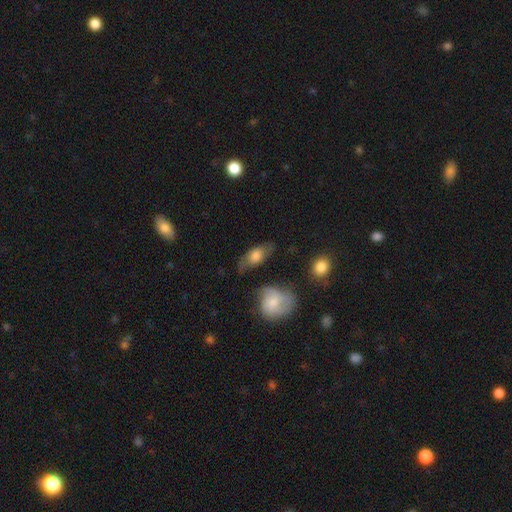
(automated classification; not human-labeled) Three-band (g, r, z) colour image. It shows a smooth galaxy with no disk features (63%) that is in between round and cigar-shaped (84%). Merging: none (62%).